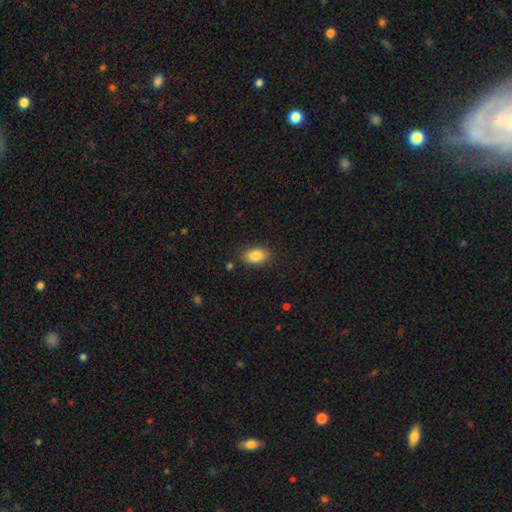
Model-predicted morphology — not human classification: Q: Smooth or featured?
A: smooth (84%); runner-up: featured or disk (8%)
Q: How rounded?
A: in between (90%); runner-up: round (7%)
Q: Merging?
A: none (86%); runner-up: minor disturbance (10%)